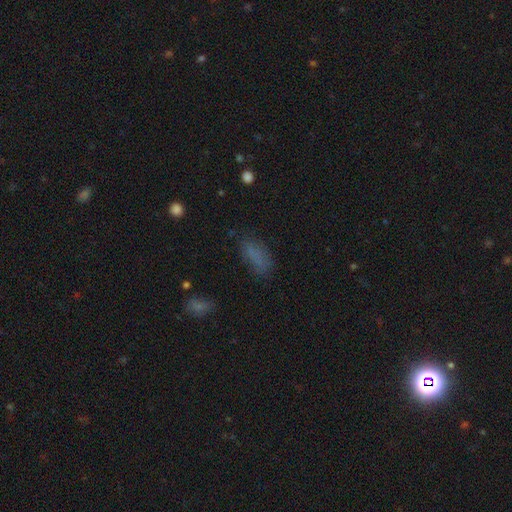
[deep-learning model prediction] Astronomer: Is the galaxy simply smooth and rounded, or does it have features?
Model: smooth — 75%.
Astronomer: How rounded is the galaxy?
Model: in between — 78%.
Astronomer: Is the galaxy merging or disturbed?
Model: none — 70%.